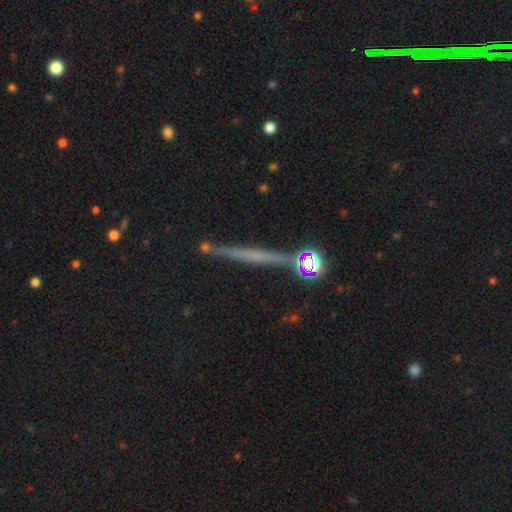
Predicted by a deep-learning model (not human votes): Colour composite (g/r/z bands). It shows a featured or disk galaxy (56%) viewed edge-on (97%) with no central bulge (82%). Merging: none (86%).